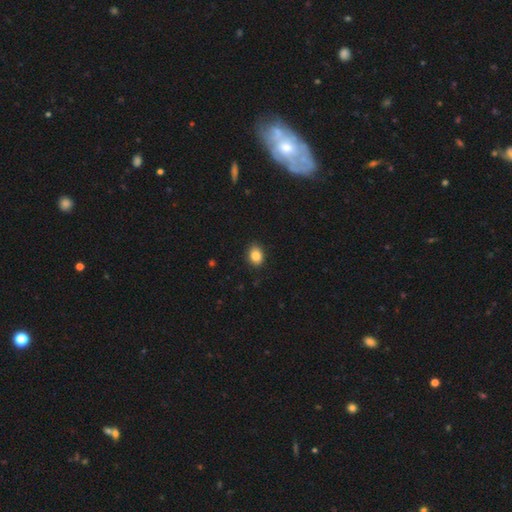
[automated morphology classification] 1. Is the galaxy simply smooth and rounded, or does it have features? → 87% smooth, 9% star or artifact, 5% featured or disk.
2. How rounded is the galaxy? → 64% in between, 35% round, 1% cigar-shaped.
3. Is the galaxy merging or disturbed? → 87% none, 10% minor disturbance, 2% major disturbance, 1% merger.